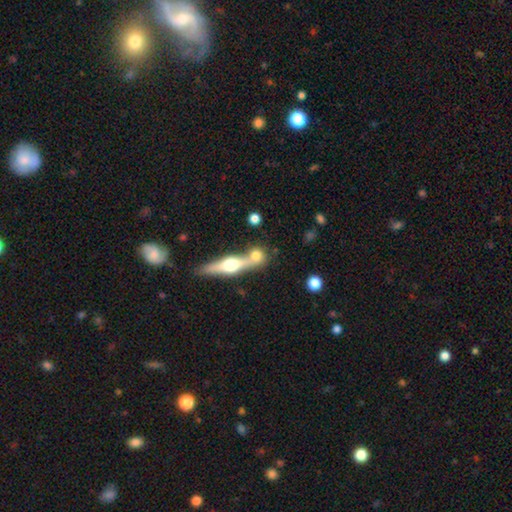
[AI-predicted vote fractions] Overall: smooth (58%; featured or disk 34%). How rounded: round (53%; in between 24%). Merging: none (44%, tied with merger).